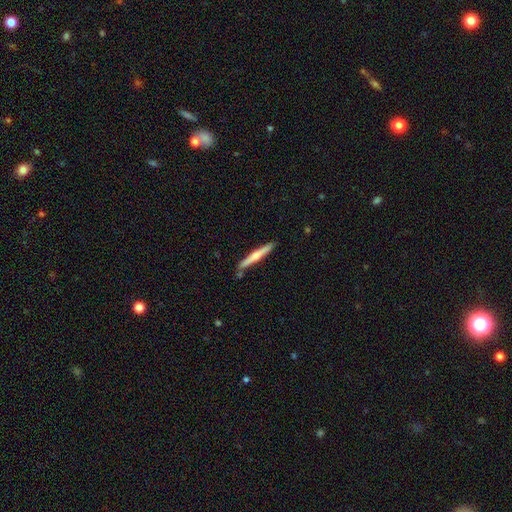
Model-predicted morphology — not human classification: Smooth or featured? Predicted: smooth (p=0.52). How rounded? Predicted: cigar-shaped (p=0.96). Merging? Predicted: none (p=0.85).